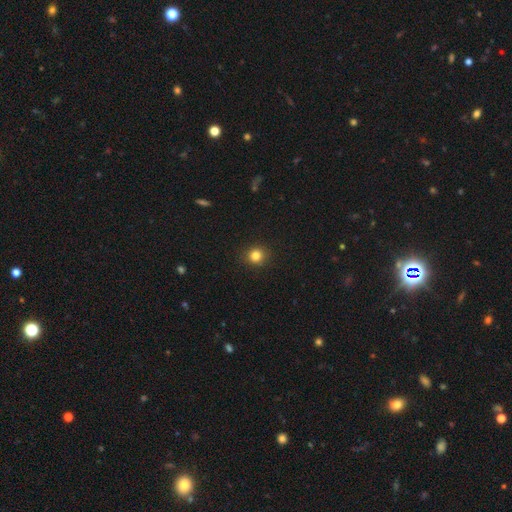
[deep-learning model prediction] Overall: smooth (83%). How rounded: round (89%). Merging: none (91%).